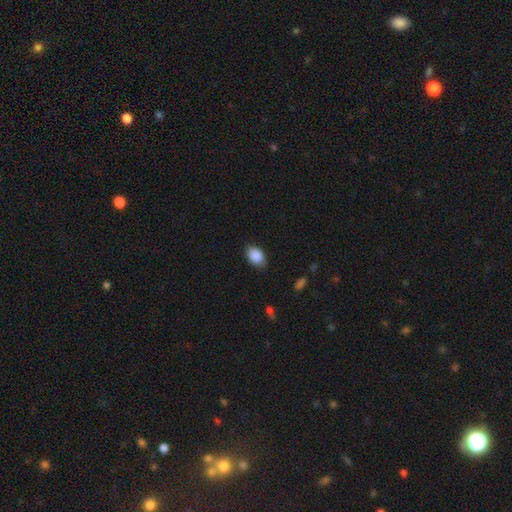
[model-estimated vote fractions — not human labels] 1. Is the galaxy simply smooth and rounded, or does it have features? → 89% smooth, 7% star or artifact, 3% featured or disk.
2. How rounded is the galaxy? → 85% in between, 14% round, 1% cigar-shaped.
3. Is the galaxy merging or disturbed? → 84% none, 13% minor disturbance, 3% major disturbance, 1% merger.